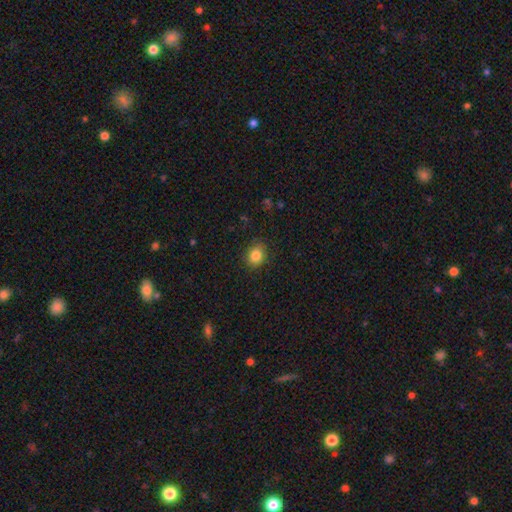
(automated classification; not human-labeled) This appears to be a smooth galaxy with no disk features (84%) that is round (65%). Merging: none (87%).